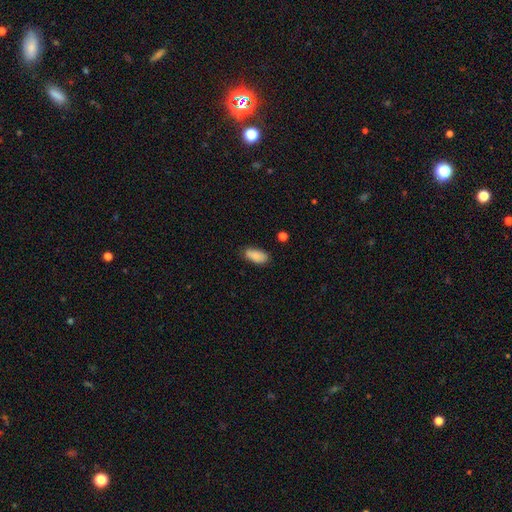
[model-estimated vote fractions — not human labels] smooth-or-featured: smooth: 88% | star or artifact: 7% | featured or disk: 5%
  how-rounded: in between: 91% | cigar-shaped: 7% | round: 2%
  merging: none: 74% | minor disturbance: 20% | major disturbance: 4% | merger: 2%